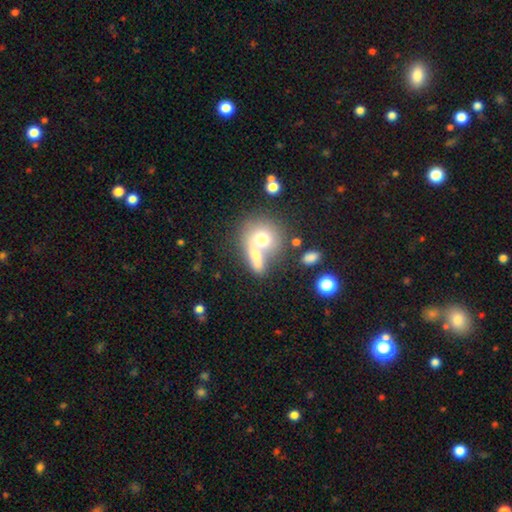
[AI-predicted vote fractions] This appears to be a smooth galaxy with no disk features (69%) that is round (56%). Merging: merger (58%).